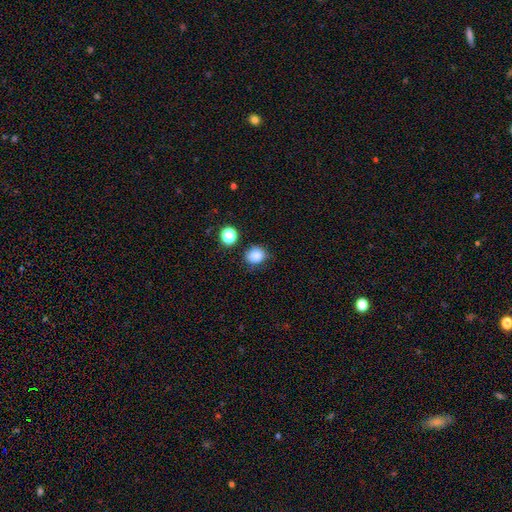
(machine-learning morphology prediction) A smooth galaxy with no disk features (84%) that is round (68%).

Vote fractions:
- Smooth or featured? smooth: 84% / star or artifact: 12% / featured or disk: 4%
- How rounded? round: 68% / in between: 31% / cigar-shaped: 1%
- Merging? none: 74% / minor disturbance: 17% / merger: 5% / major disturbance: 4%